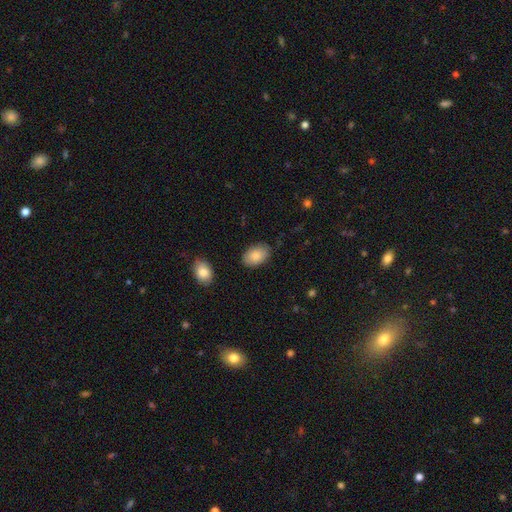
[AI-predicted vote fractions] This is clearly a smooth galaxy (85%). How rounded: clearly in between (90%). Merging: clearly none (84%).